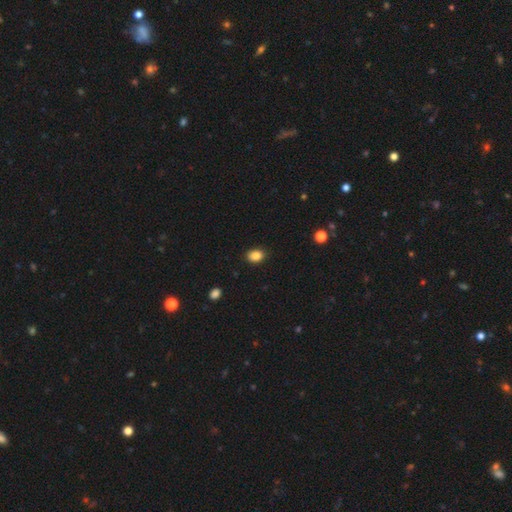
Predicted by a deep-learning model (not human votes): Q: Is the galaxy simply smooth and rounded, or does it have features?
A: smooth — 87%.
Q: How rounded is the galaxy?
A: in between — 70%.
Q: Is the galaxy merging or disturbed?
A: none — 88%.